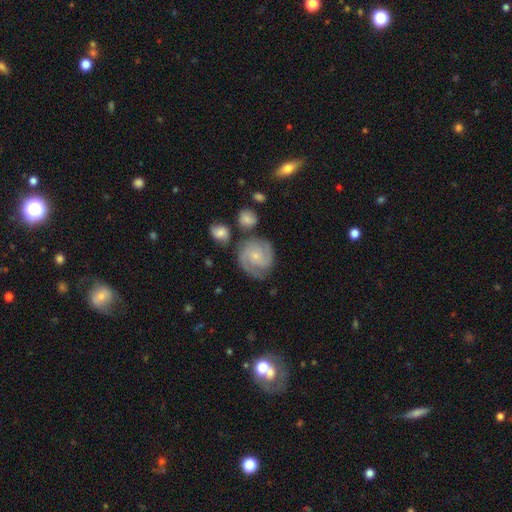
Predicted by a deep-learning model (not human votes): Q: Smooth or featured?
A: featured or disk (80%); runner-up: smooth (14%)
Q: Edge-on disk?
A: no (98%); runner-up: yes (2%)
Q: Bar?
A: no (68%); runner-up: weak (27%)
Q: Spiral arms?
A: yes (96%); runner-up: no (4%)
Q: Spiral winding?
A: tight (55%); runner-up: medium (37%)
Q: Spiral arm count?
A: 2 (56%); runner-up: 3 (22%)
Q: Bulge size?
A: small (74%); runner-up: moderate (19%)
Q: Merging?
A: none (72%); runner-up: minor disturbance (15%)